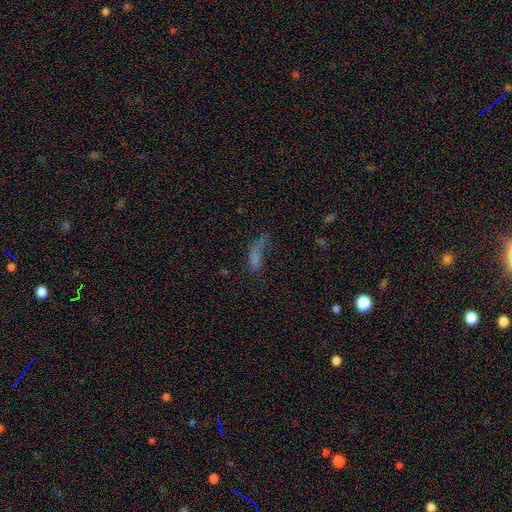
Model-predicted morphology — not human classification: Smooth or featured: smooth — 55% (featured or disk — 23%)
How rounded: in between — 58% (cigar-shaped — 36%)
Merging: major disturbance — 39% (none — 32%)